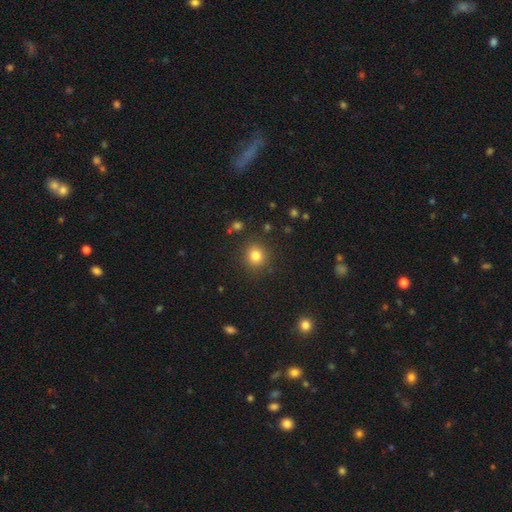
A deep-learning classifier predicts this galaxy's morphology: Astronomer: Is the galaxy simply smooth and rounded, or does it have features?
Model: smooth — 81%.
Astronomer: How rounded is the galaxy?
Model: round — 89%.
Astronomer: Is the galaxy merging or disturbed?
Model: none — 88%.